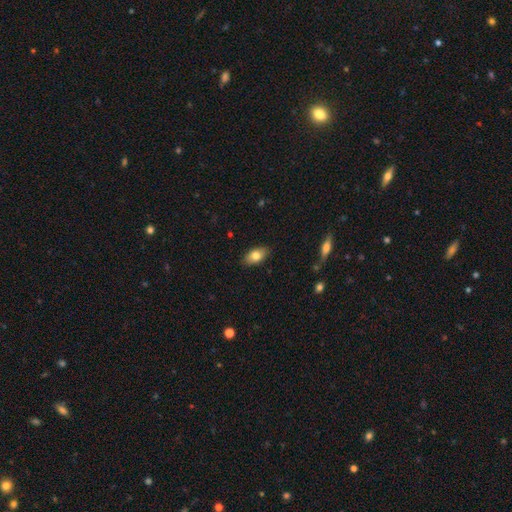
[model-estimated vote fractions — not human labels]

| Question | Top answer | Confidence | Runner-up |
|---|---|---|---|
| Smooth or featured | smooth | 80% | featured or disk (13%) |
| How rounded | in between | 91% | round (5%) |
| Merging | none | 87% | minor disturbance (10%) |